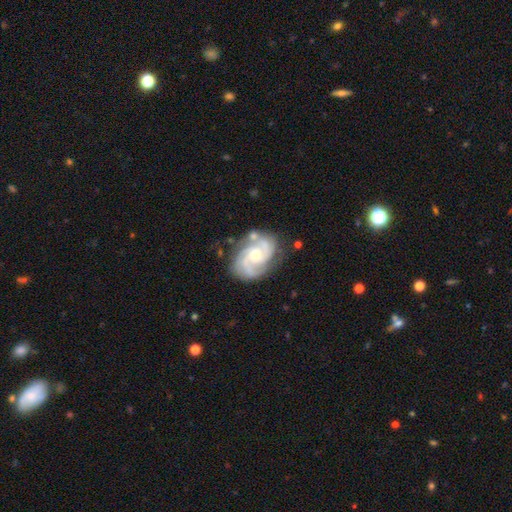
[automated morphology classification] Smooth or featured: featured or disk — 90% (smooth — 6%)
Edge-on disk: no — 98% (yes — 2%)
Bar: no — 65% (weak — 29%)
Spiral arms: yes — 98% (no — 2%)
Spiral winding: medium — 47% (tight — 44%)
Spiral arm count: 3 — 40% (2 — 38%)
Bulge size: moderate — 52% (small — 44%)
Merging: none — 72% (minor disturbance — 17%)